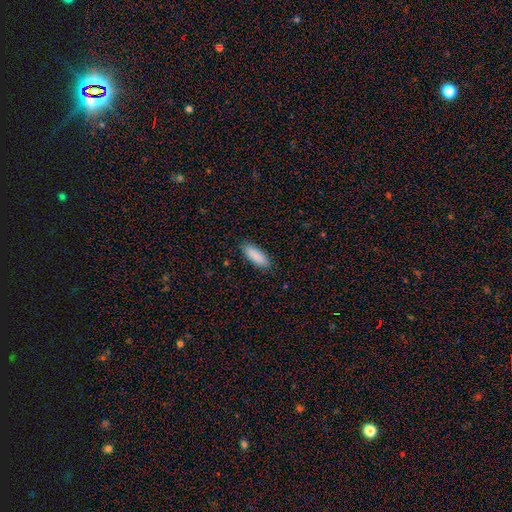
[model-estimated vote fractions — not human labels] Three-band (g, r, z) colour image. It shows a smooth galaxy with no disk features (89%) that is in between round and cigar-shaped (65%). Merging: none (88%).